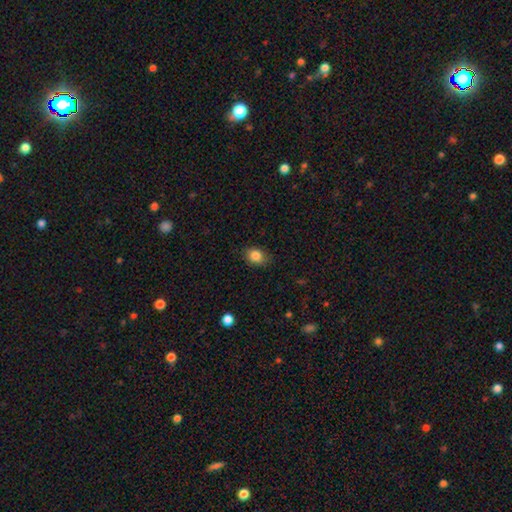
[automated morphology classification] Smooth or featured?
  - smooth: 85% *
  - star or artifact: 10%
  - featured or disk: 6%
How rounded?
  - in between: 57% *
  - round: 42%
  - cigar-shaped: 1%
Merging?
  - none: 81% *
  - minor disturbance: 15%
  - major disturbance: 3%
  - merger: 1%